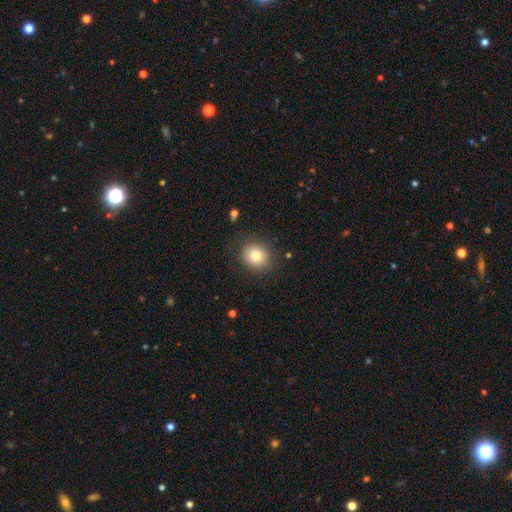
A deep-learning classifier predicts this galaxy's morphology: Overall: smooth (79%). How rounded: round (73%). Merging: none (86%).